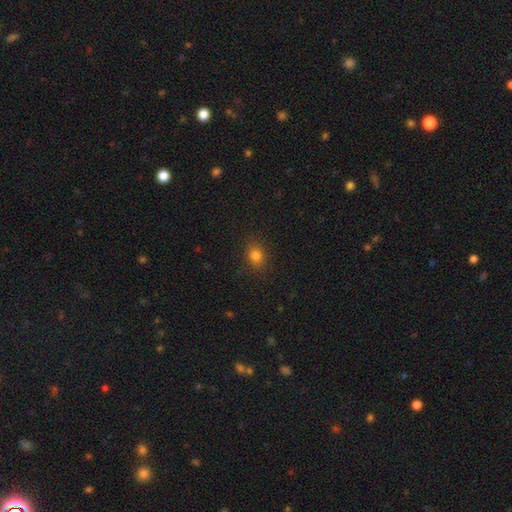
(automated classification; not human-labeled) A smooth galaxy with no disk features (81%) that is in between round and cigar-shaped (51%).

Vote fractions:
- Smooth or featured? smooth: 81% / star or artifact: 13% / featured or disk: 6%
- How rounded? in between: 51% / round: 47% / cigar-shaped: 1%
- Merging? none: 87% / minor disturbance: 9% / major disturbance: 3% / merger: 1%